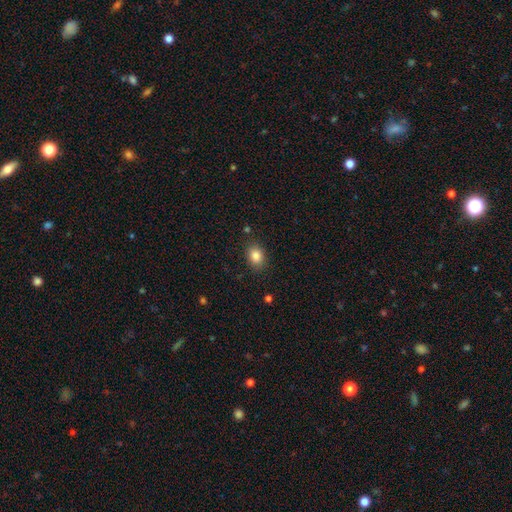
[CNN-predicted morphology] smooth-or-featured: smooth: 85% | star or artifact: 9% | featured or disk: 6%
  how-rounded: in between: 64% | round: 35% | cigar-shaped: 1%
  merging: none: 84% | minor disturbance: 11% | major disturbance: 3% | merger: 2%